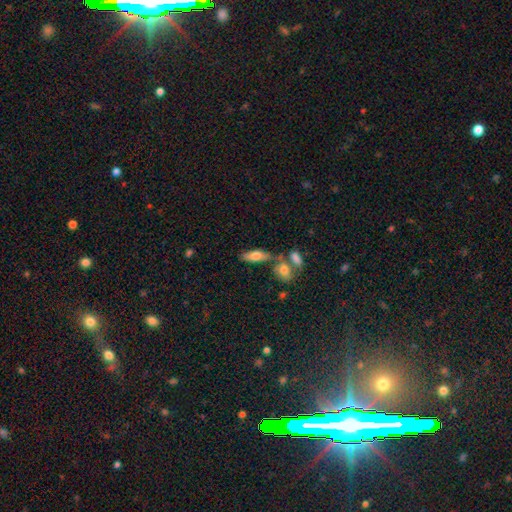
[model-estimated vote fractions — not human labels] Smooth or featured: smooth — 71% (featured or disk — 22%)
How rounded: in between — 70% (cigar-shaped — 27%)
Merging: none — 60% (merger — 21%)